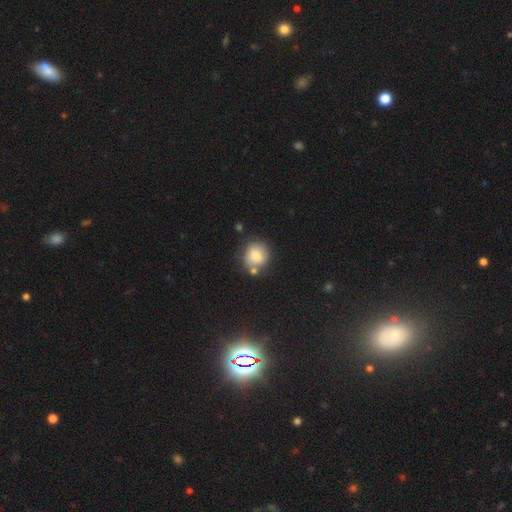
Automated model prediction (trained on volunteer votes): Morphology: type=smooth (77%); roundness=round (83%); merging=none (63%).